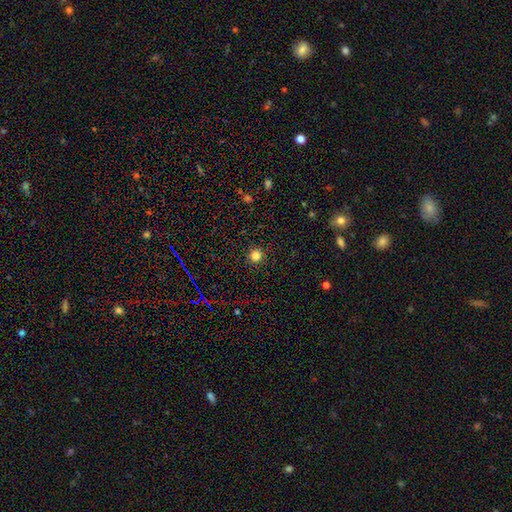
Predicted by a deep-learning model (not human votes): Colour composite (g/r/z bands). It shows a smooth galaxy with no disk features (80%) that is round (94%). Merging: none (92%).